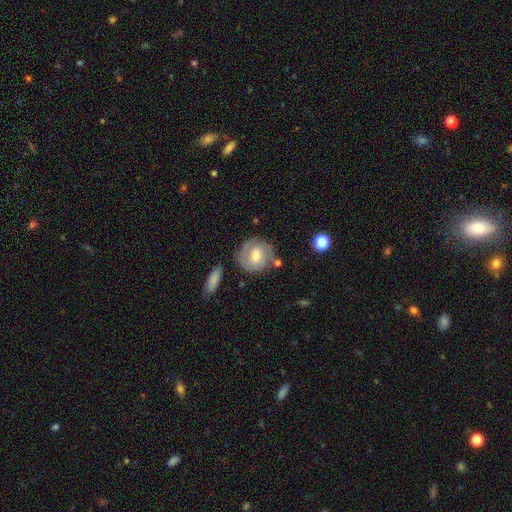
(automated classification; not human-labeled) A featured or disk galaxy (59%) with no bar (47%), spiral arms (82%) and a moderate central bulge (68%). Merging: none (70%).